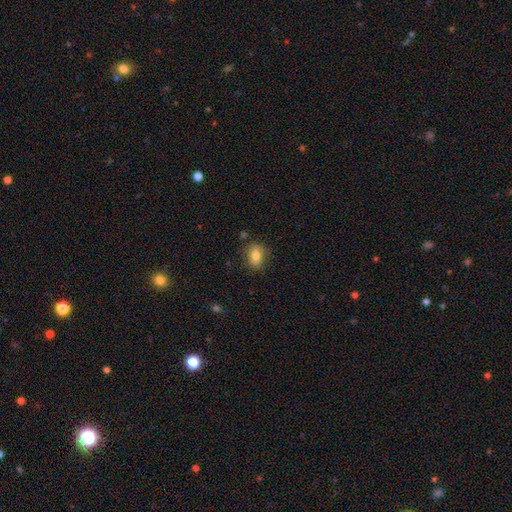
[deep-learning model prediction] Overall: smooth (78%). How rounded: in between (69%; round 29%). Merging: none (82%).